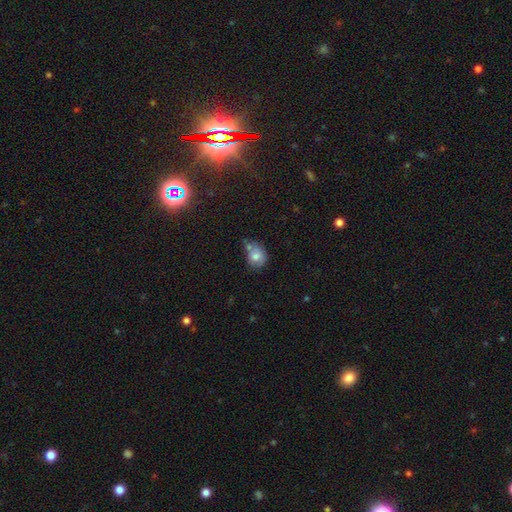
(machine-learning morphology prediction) This appears to be a smooth galaxy with no disk features (72%) that is round (61%). Merging: none (41%).